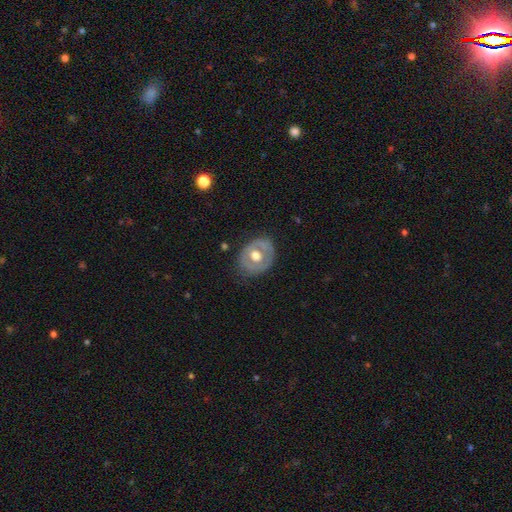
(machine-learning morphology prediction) This is possibly a featured or disk galaxy (50%). It is clearly not viewed edge-on (94%). Merging: likely none (74%).